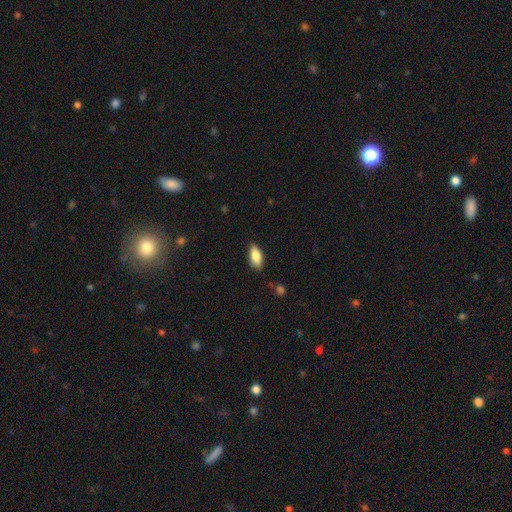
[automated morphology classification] smooth-or-featured: smooth: 83% | featured or disk: 10% | star or artifact: 7%
  how-rounded: in between: 85% | cigar-shaped: 13% | round: 3%
  merging: none: 81% | minor disturbance: 15% | major disturbance: 3% | merger: 1%